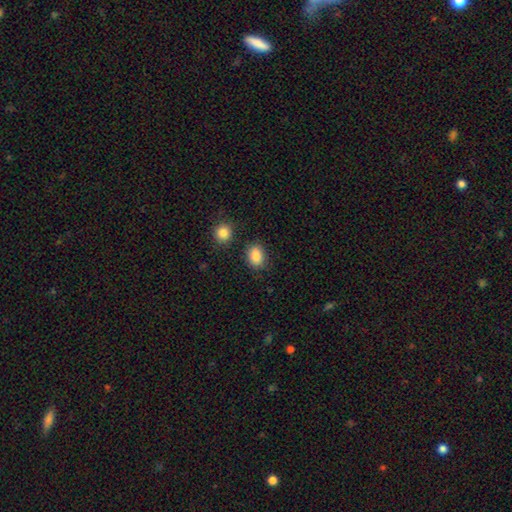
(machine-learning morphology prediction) Smooth or featured? Predicted: smooth (p=0.87). How rounded? Predicted: in between (p=0.75). Merging? Predicted: none (p=0.80).